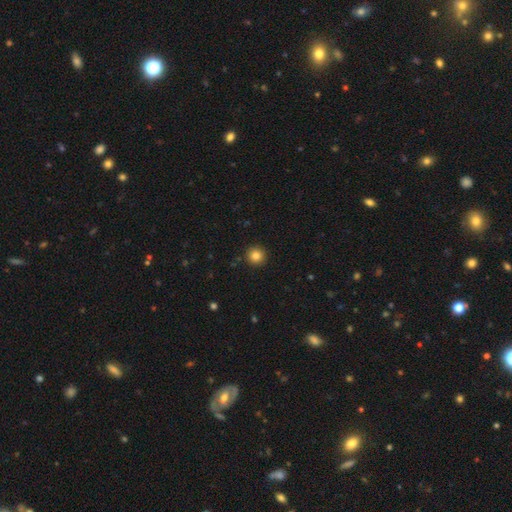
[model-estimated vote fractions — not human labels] Morphology: type=smooth (83%); roundness=round (96%); merging=none (93%).